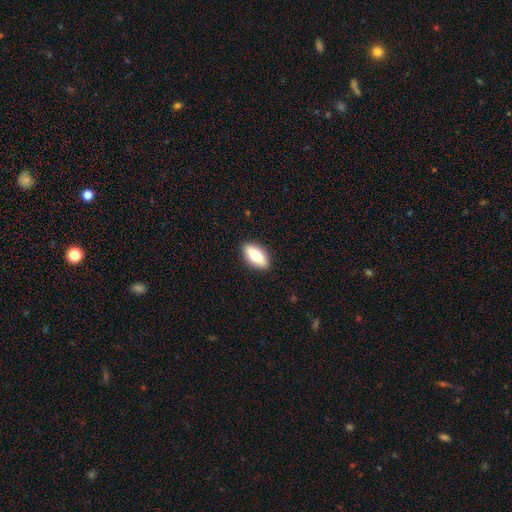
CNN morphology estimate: Smooth or featured? smooth (72%)
How rounded? in between (86%)
Merging? none (89%)